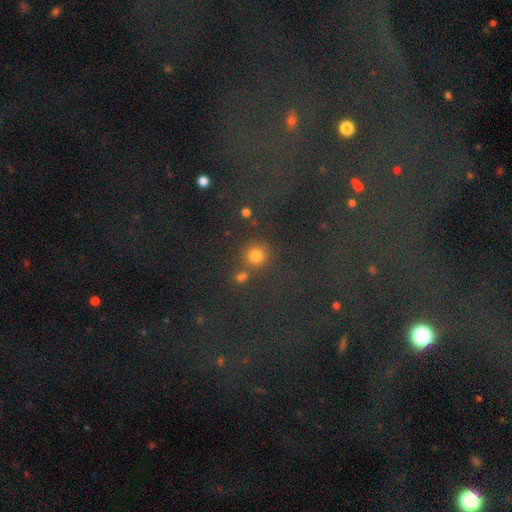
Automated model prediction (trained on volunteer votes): This appears to be a smooth galaxy with no disk features (74%) that is round (92%). Merging: none (76%).